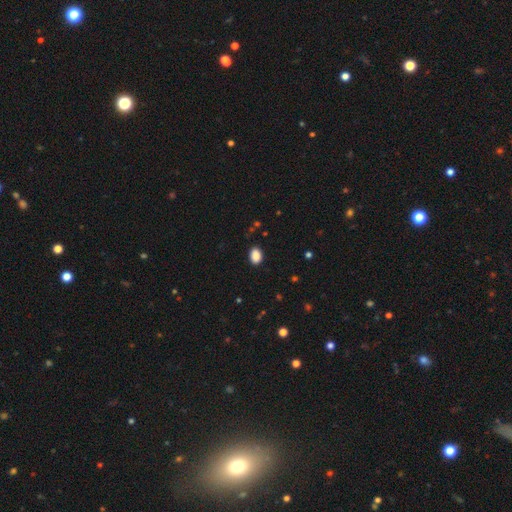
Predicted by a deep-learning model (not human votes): This appears to be a smooth galaxy with no disk features (89%) that is in between round and cigar-shaped (81%). Merging: none (88%).